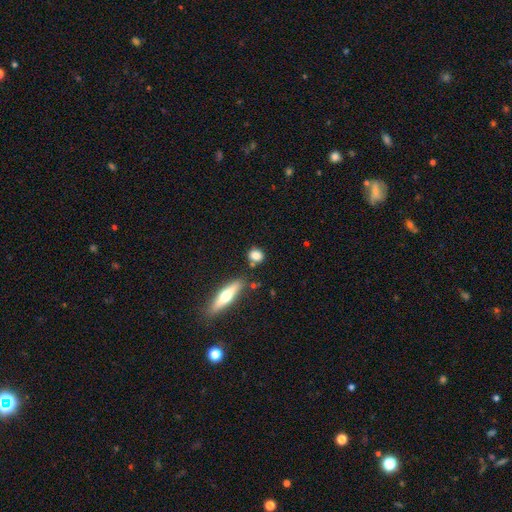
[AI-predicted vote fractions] This appears to be a smooth galaxy with no disk features (81%) that is round (57%). Merging: none (74%).